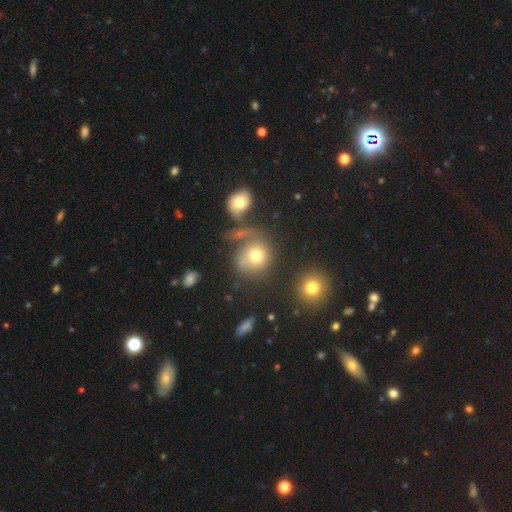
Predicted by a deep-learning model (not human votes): Smooth or featured? Predicted: smooth (p=0.71). How rounded? Predicted: round (p=0.79). Merging? Predicted: none (p=0.45).